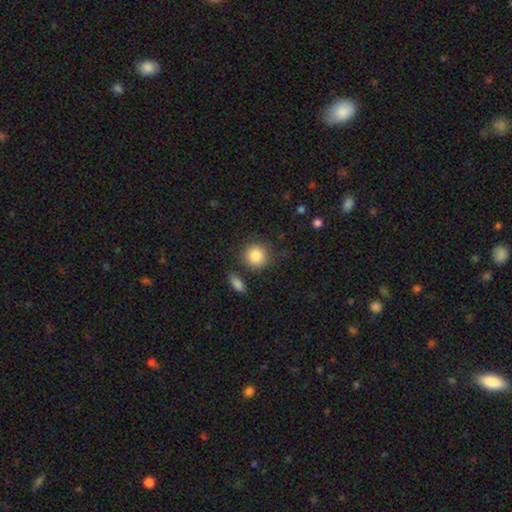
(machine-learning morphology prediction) smooth_or_featured: smooth (p=0.86) [alt: star or artifact p=0.07]
how_rounded: round (p=0.89) [alt: in between p=0.10]
merging: none (p=0.77) [alt: minor disturbance p=0.12]